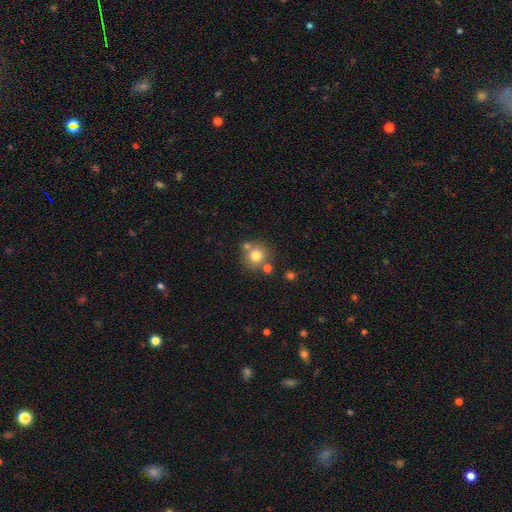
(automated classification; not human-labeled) Smooth or featured?
  - smooth: 76% *
  - star or artifact: 12%
  - featured or disk: 12%
How rounded?
  - round: 89% *
  - in between: 10%
  - cigar-shaped: 1%
Merging?
  - none: 68% *
  - merger: 18%
  - minor disturbance: 10%
  - major disturbance: 4%